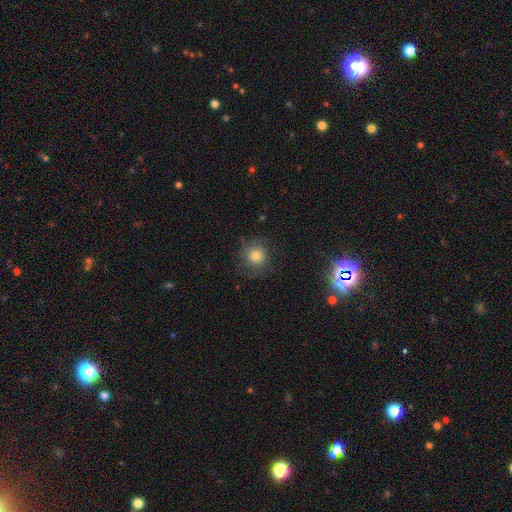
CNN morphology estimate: type=smooth (71%); roundness=round (92%); merging=none (71%).